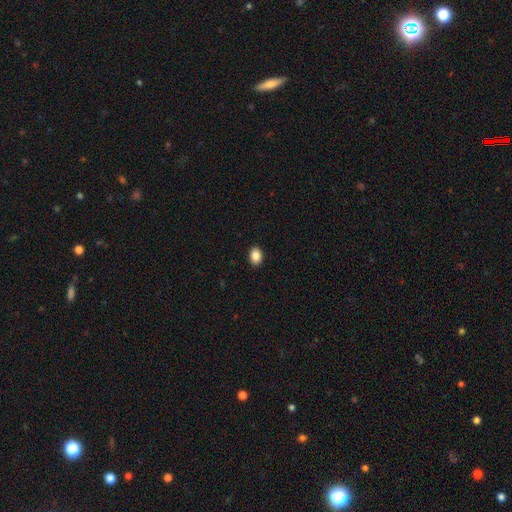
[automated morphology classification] Smooth or featured? smooth (87%)
How rounded? in between (73%)
Merging? none (91%)